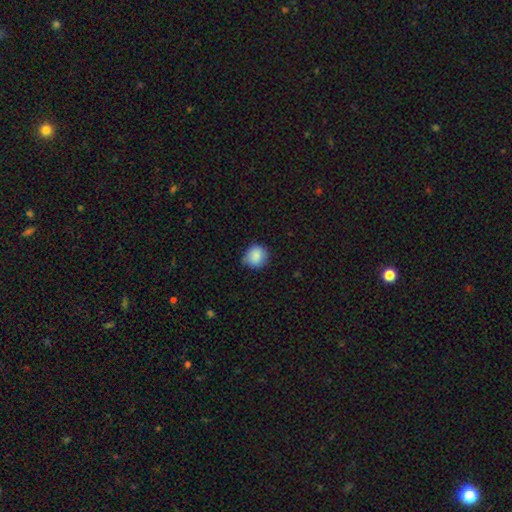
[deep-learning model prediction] This appears to be a smooth galaxy with no disk features (87%) that is round (85%). Merging: none (70%).